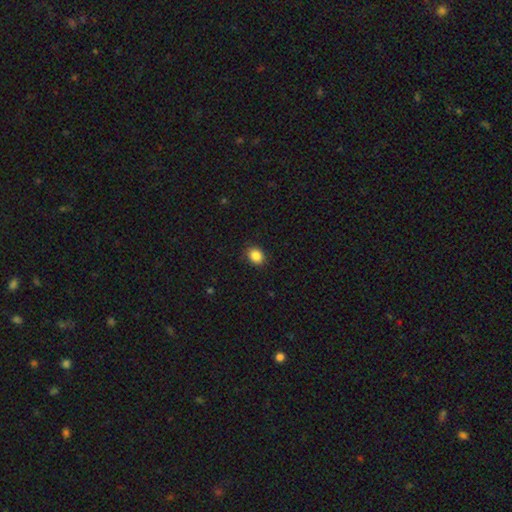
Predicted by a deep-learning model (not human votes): smooth 87%, star or artifact 9%, featured or disk 4%. Down the decision tree: how rounded — round (51%); merging — none (87%).